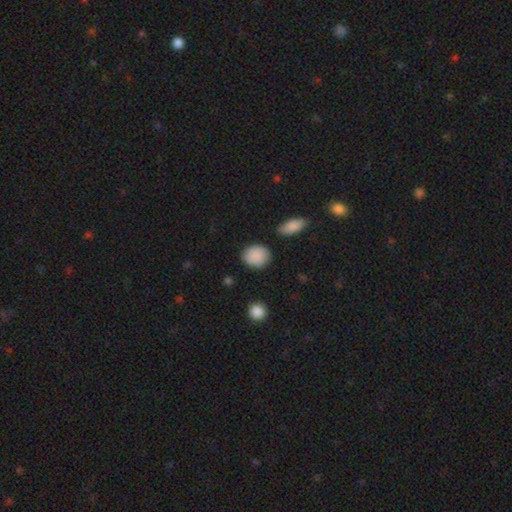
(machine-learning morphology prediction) Smooth or featured?
  - smooth: 88% *
  - star or artifact: 7%
  - featured or disk: 4%
How rounded?
  - round: 57% *
  - in between: 42%
  - cigar-shaped: 1%
Merging?
  - none: 81% *
  - minor disturbance: 14%
  - major disturbance: 3%
  - merger: 3%